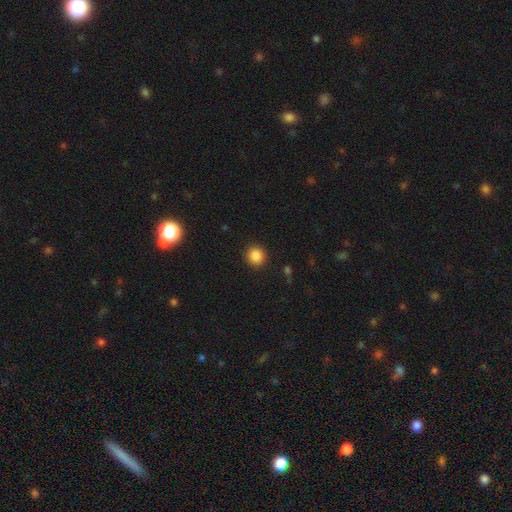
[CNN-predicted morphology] Overall: smooth (87%). How rounded: round (91%). Merging: none (91%).